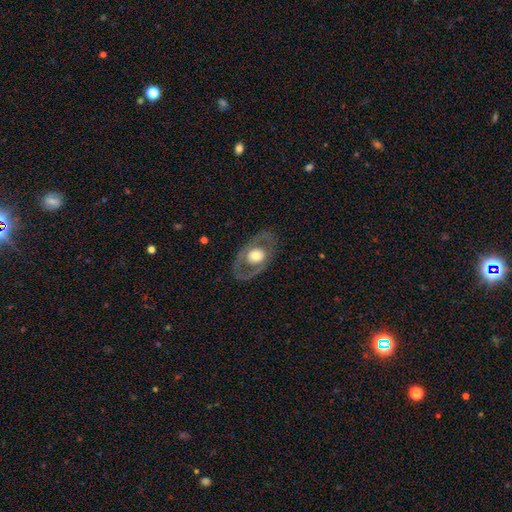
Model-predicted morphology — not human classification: smooth-or-featured: featured or disk: 55% | smooth: 39% | star or artifact: 5%
  disk-edge-on: no: 89% | yes: 11%
  merging: none: 77% | minor disturbance: 13% | major disturbance: 9% | merger: 1%